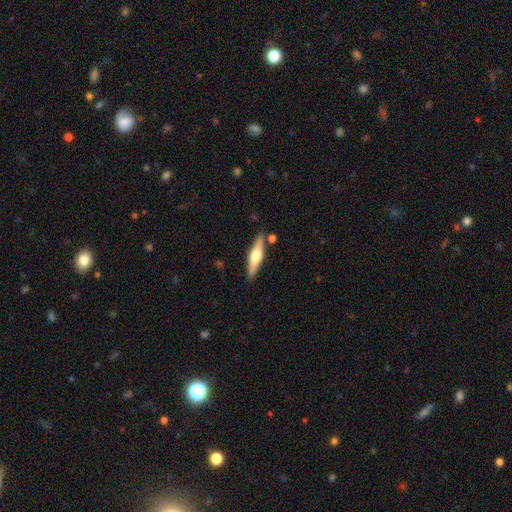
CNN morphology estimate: smooth-or-featured: featured or disk: 55% | smooth: 39% | star or artifact: 5%
  disk-edge-on: yes: 95% | no: 5%
    edge-on-bulge: rounded: 91% | boxy: 6% | none: 3%
  merging: none: 84% | minor disturbance: 10% | merger: 4% | major disturbance: 2%